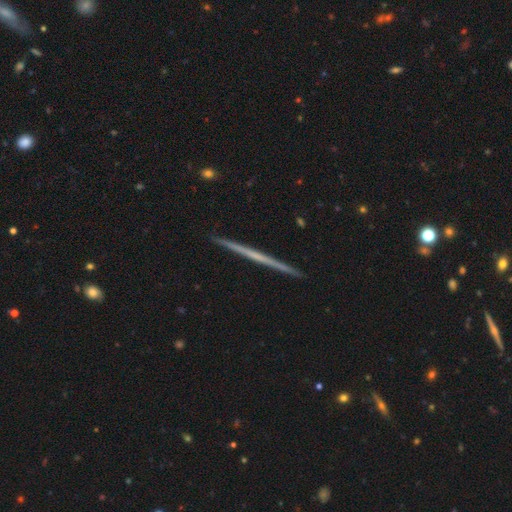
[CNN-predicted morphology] Q: Smooth or featured?
A: featured or disk (69%); runner-up: smooth (25%)
Q: Edge-on disk?
A: yes (98%); runner-up: no (2%)
Q: Edge-on bulge?
A: none (82%); runner-up: rounded (14%)
Q: Merging?
A: none (93%); runner-up: minor disturbance (5%)